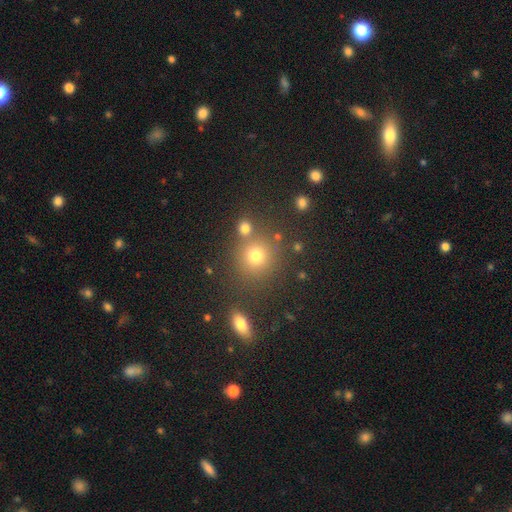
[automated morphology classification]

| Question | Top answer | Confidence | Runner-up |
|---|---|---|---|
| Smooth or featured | smooth | 74% | star or artifact (17%) |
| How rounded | round | 89% | in between (10%) |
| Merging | none | 74% | merger (13%) |